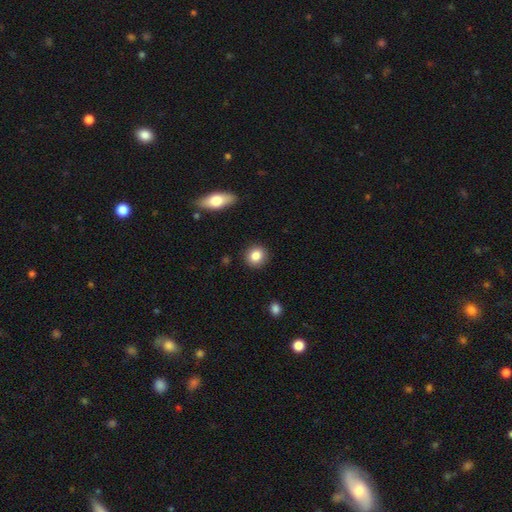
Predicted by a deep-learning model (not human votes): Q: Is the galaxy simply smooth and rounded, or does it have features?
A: smooth — 85%.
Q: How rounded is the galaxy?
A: round — 86%.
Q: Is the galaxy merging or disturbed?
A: none — 90%.